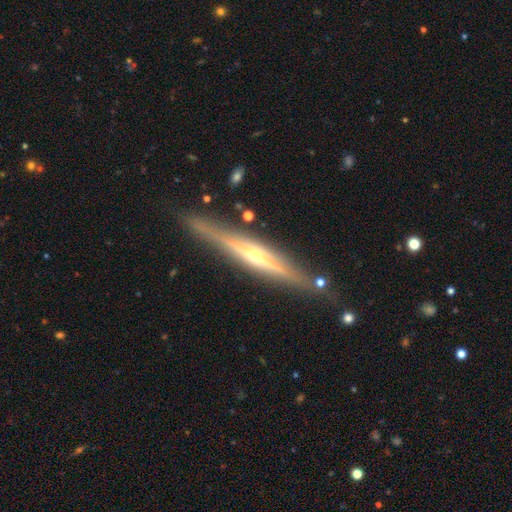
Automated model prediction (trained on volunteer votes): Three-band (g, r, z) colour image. It shows a featured or disk galaxy (79%) viewed edge-on (96%) with a rounded central bulge (80%). Merging: none (85%).